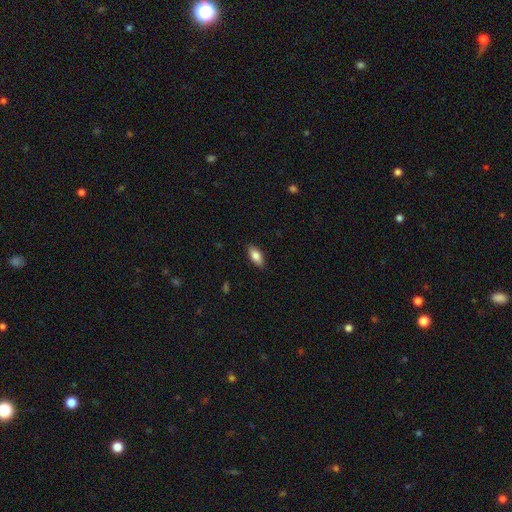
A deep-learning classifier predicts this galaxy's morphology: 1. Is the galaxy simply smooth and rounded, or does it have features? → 81% smooth, 12% featured or disk, 7% star or artifact.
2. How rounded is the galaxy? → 86% in between, 11% cigar-shaped, 3% round.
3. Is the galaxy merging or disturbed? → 87% none, 10% minor disturbance, 2% major disturbance, 1% merger.